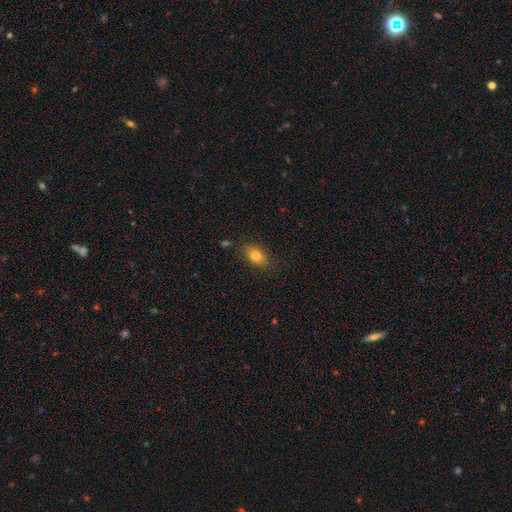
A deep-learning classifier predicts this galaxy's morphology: A smooth galaxy with no disk features (82%) that is in between round and cigar-shaped (81%).

Vote fractions:
- Smooth or featured? smooth: 82% / star or artifact: 10% / featured or disk: 7%
- How rounded? in between: 81% / round: 16% / cigar-shaped: 3%
- Merging? none: 81% / minor disturbance: 14% / major disturbance: 3% / merger: 2%